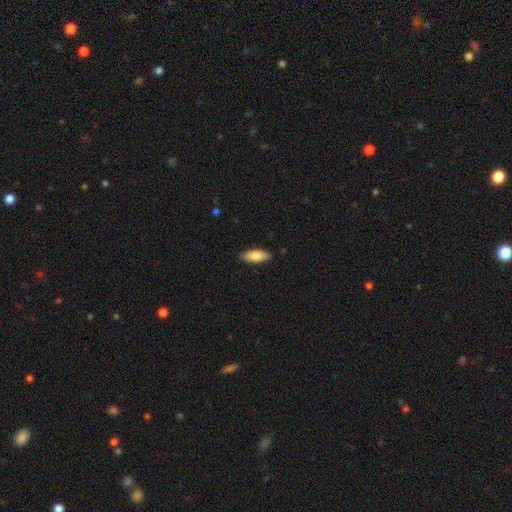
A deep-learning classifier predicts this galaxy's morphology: smooth_or_featured: smooth (p=0.81) [alt: featured or disk p=0.13]
how_rounded: in between (p=0.74) [alt: cigar-shaped p=0.24]
merging: none (p=0.87) [alt: minor disturbance p=0.10]